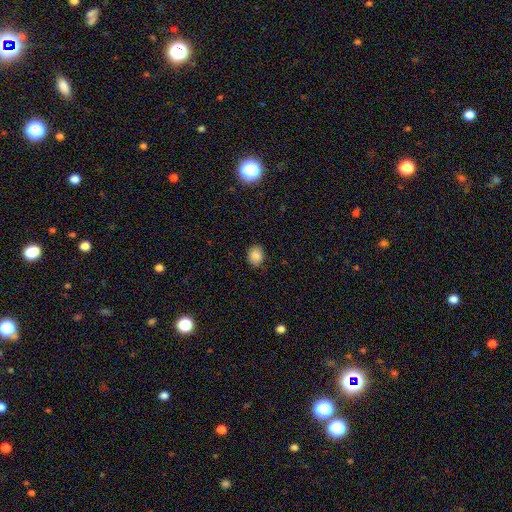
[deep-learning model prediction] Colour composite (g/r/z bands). It shows a smooth galaxy with no disk features (86%) that is round (51%). Merging: none (85%).